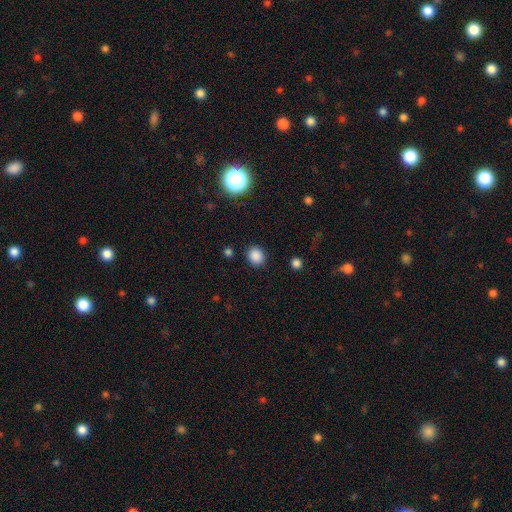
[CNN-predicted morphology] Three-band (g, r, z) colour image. It shows a smooth galaxy with no disk features (86%) that is round (76%). Merging: none (88%).